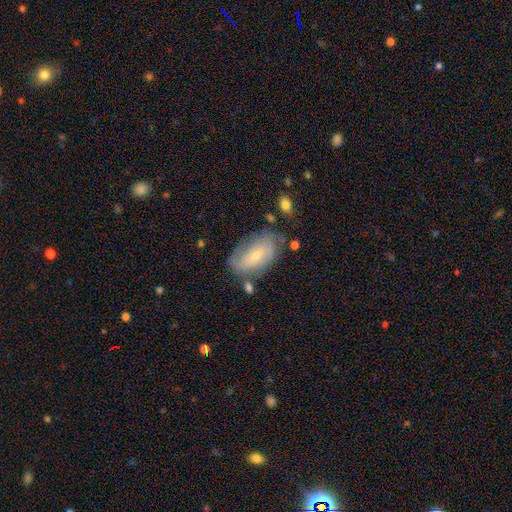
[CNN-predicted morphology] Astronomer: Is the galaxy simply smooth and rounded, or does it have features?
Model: featured or disk — 57% (runner-up: smooth, 35%).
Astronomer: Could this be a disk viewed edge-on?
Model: no — 92%.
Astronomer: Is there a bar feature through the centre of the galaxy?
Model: no — 62%.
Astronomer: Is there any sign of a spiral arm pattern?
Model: yes — 74%.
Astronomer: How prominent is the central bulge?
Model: small — 70%.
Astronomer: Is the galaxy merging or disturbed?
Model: none — 64%.